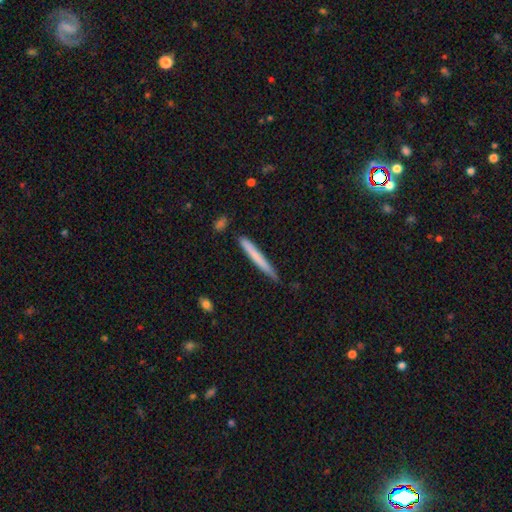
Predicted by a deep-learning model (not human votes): Morphology: type=smooth (68%); roundness=cigar-shaped (97%); merging=none (84%).